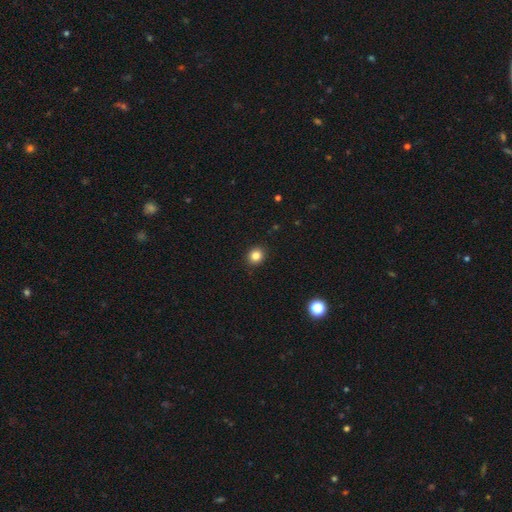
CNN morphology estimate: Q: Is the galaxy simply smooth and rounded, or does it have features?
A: smooth — 84%.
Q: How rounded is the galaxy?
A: round — 83%.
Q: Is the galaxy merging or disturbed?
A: none — 91%.